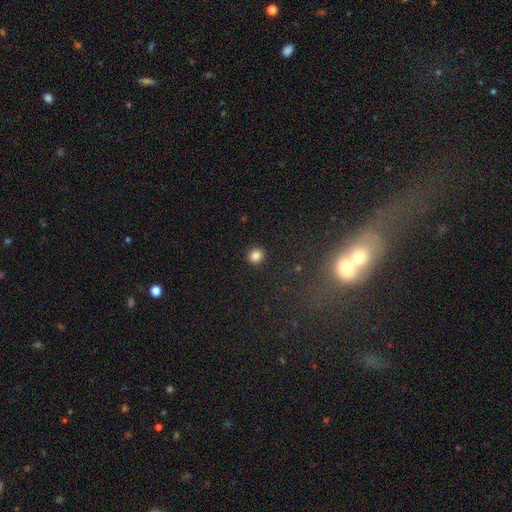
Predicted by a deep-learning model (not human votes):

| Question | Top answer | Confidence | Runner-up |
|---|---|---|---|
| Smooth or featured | smooth | 84% | star or artifact (12%) |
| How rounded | round | 86% | in between (13%) |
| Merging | none | 92% | minor disturbance (5%) |